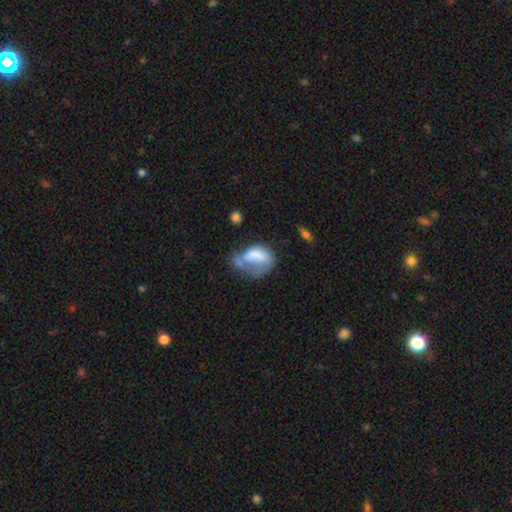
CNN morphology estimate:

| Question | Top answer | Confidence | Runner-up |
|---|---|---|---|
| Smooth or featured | smooth | 60% | featured or disk (32%) |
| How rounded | in between | 73% | round (24%) |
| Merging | major disturbance | 46% | minor disturbance (22%) |